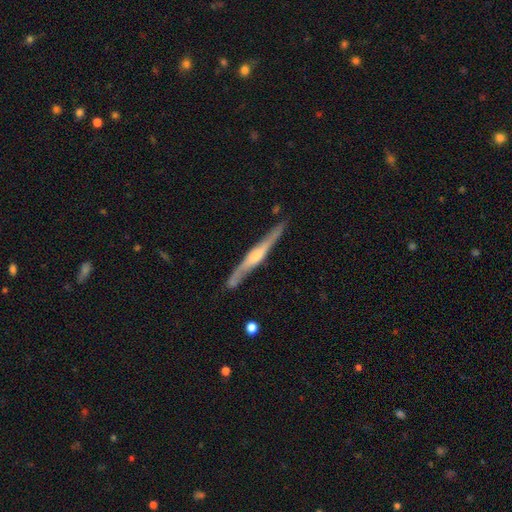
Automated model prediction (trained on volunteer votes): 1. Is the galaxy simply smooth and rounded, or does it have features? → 74% featured or disk, 21% smooth, 5% star or artifact.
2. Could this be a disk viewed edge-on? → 96% yes, 4% no.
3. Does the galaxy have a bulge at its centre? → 71% rounded, 16% none, 13% boxy.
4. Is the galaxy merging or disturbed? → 83% none, 12% minor disturbance, 2% major disturbance, 2% merger.